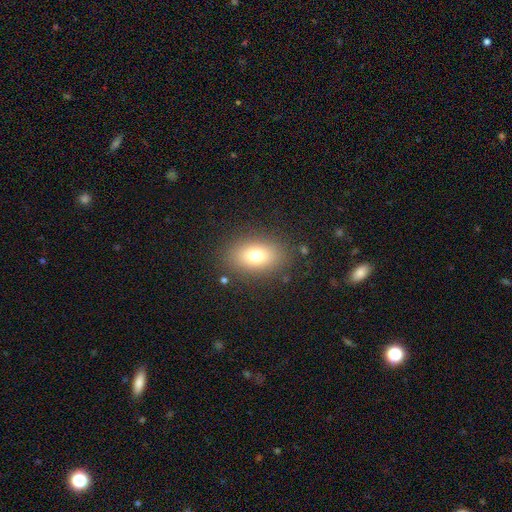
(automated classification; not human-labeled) Smooth or featured? Predicted: smooth (p=0.75). How rounded? Predicted: in between (p=0.80). Merging? Predicted: none (p=0.84).